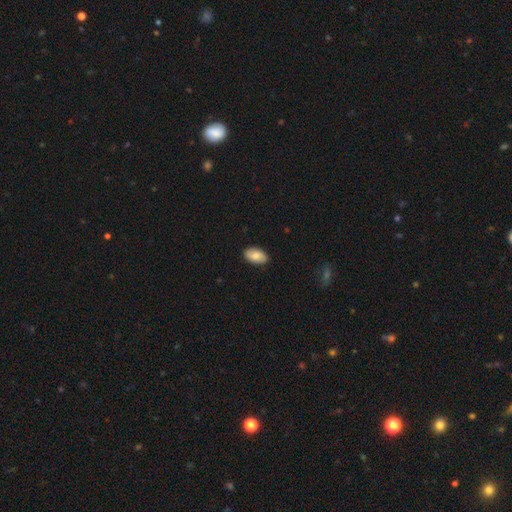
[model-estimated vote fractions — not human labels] smooth-or-featured: smooth: 76% | featured or disk: 18% | star or artifact: 7%
  how-rounded: in between: 94% | round: 4% | cigar-shaped: 2%
  merging: none: 87% | minor disturbance: 10% | major disturbance: 2% | merger: 1%